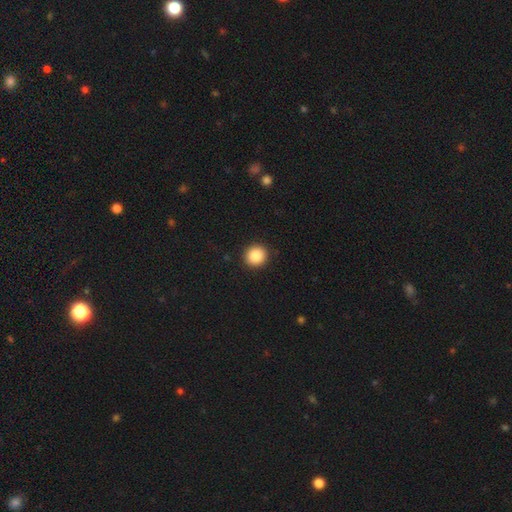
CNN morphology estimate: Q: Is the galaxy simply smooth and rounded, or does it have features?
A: smooth — 87%.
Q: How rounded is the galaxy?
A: round — 91%.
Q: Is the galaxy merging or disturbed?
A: none — 92%.